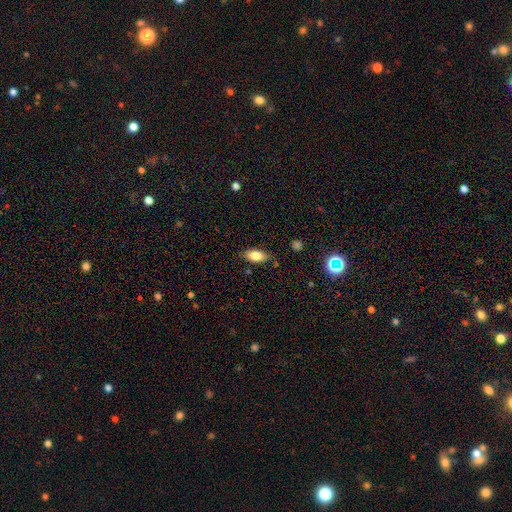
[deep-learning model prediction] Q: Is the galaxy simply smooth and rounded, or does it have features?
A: smooth — 79%.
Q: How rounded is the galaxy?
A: in between — 87%.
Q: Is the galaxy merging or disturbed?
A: none — 81%.